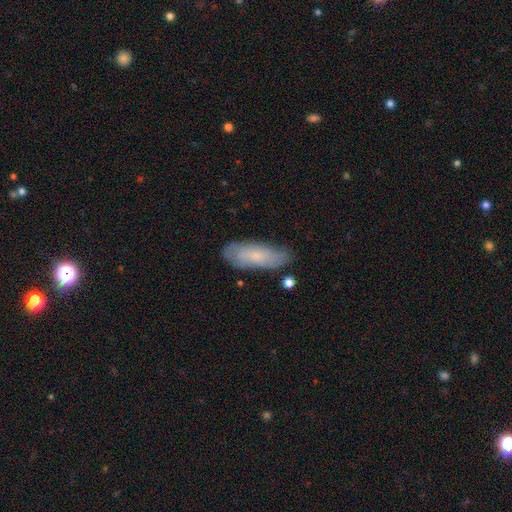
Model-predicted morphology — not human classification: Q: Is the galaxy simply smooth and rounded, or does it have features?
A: smooth — 62%.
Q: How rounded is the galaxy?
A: in between — 67%.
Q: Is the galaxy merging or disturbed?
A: none — 73%.